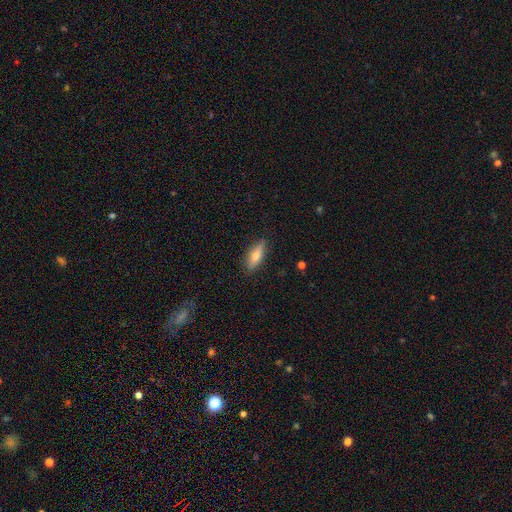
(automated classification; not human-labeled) Smooth or featured?
  - smooth: 64% *
  - featured or disk: 29%
  - star or artifact: 7%
How rounded?
  - in between: 52% *
  - cigar-shaped: 46%
  - round: 3%
Merging?
  - none: 85% *
  - minor disturbance: 11%
  - major disturbance: 2%
  - merger: 1%